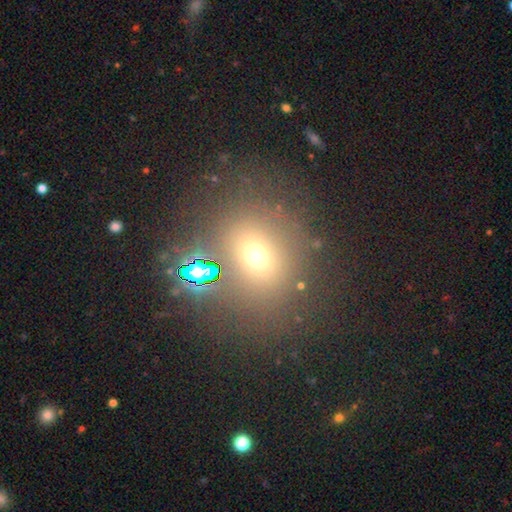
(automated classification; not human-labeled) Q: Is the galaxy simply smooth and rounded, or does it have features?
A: smooth — 57%.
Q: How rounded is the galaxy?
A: round — 63%.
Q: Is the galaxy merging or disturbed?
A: none — 75%.